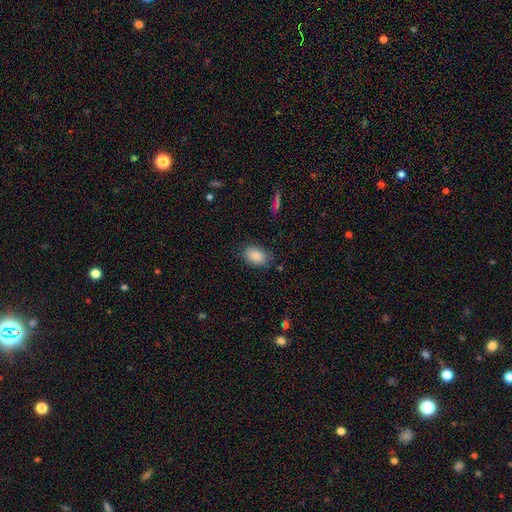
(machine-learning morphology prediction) Overall: smooth (88%). How rounded: in between (88%). Merging: none (79%).